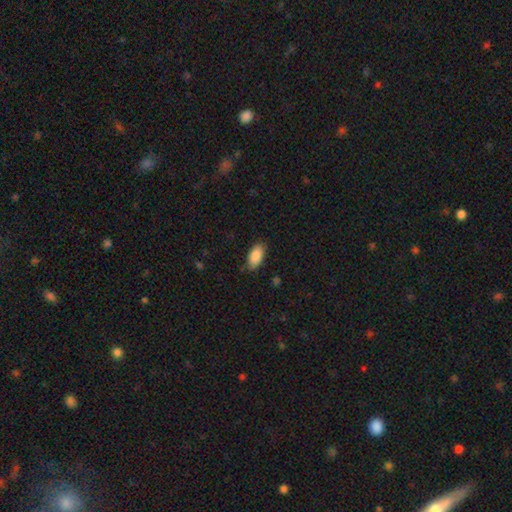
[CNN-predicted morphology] Smooth or featured?
  - smooth: 87% *
  - featured or disk: 6%
  - star or artifact: 6%
How rounded?
  - in between: 91% *
  - cigar-shaped: 6%
  - round: 2%
Merging?
  - none: 79% *
  - minor disturbance: 16%
  - major disturbance: 3%
  - merger: 1%